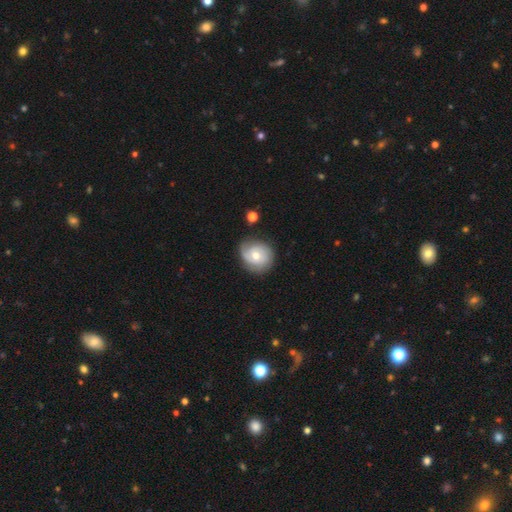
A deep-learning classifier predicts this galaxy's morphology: This is possibly a featured or disk galaxy (60%). It is clearly not viewed edge-on (97%). Bar: likely no (76%). Spiral arm pattern: clearly yes (84%). Central bulge: likely moderate (68%). Merging: likely none (72%).